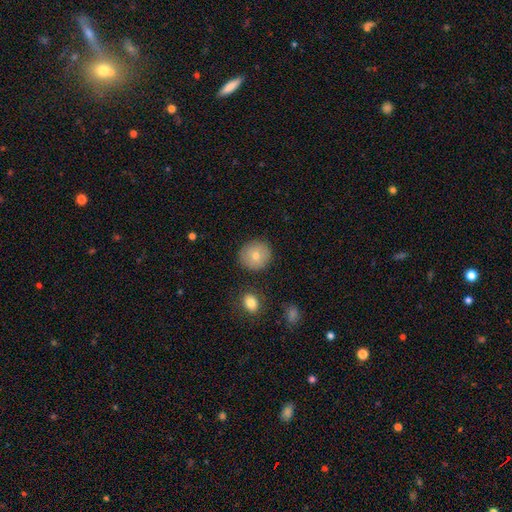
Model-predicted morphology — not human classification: This is likely a smooth galaxy (74%). How rounded: clearly round (89%). Merging: clearly none (87%).